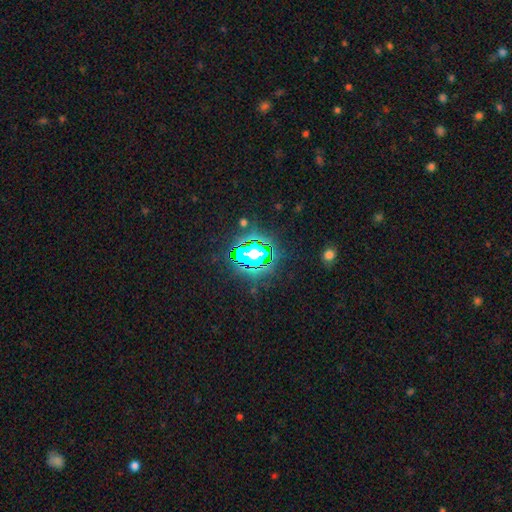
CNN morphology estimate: A star or artifact, not a galaxy (78%).